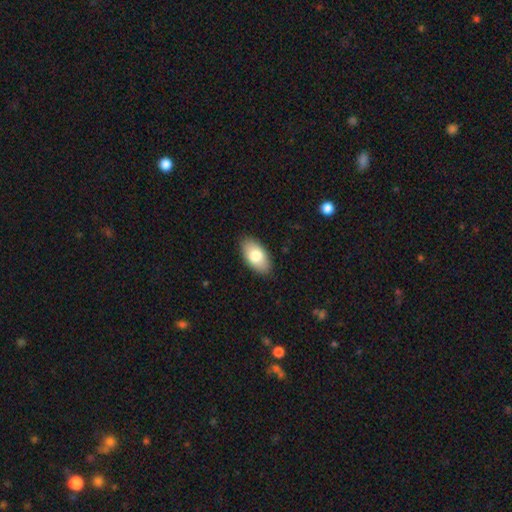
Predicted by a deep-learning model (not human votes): Smooth or featured? Predicted: smooth (p=0.79). How rounded? Predicted: in between (p=0.95). Merging? Predicted: none (p=0.88).